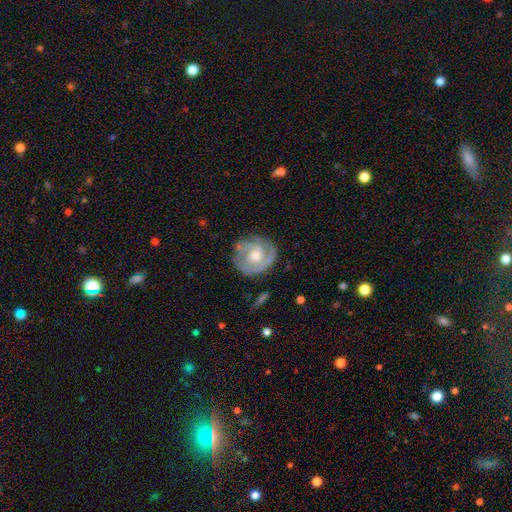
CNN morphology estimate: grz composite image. It shows a featured or disk galaxy (77%) with no bar (70%), 2 (36%) tight (65%) spiral arms (88%) and a moderate central bulge (68%). Merging: none (74%).